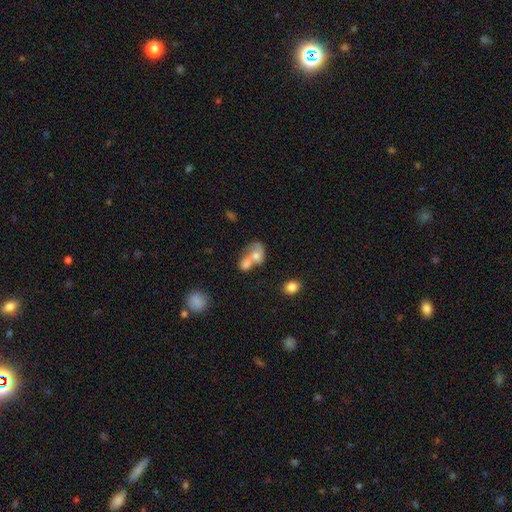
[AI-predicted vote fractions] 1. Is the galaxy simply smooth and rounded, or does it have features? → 65% smooth, 26% featured or disk, 10% star or artifact.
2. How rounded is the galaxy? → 64% in between, 34% round, 2% cigar-shaped.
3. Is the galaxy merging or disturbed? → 73% merger, 13% none, 7% minor disturbance, 7% major disturbance.